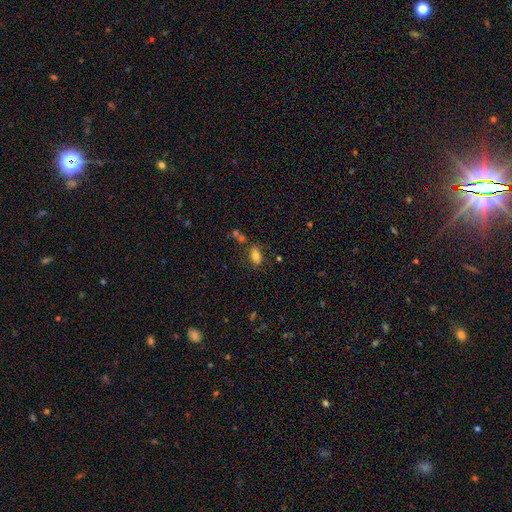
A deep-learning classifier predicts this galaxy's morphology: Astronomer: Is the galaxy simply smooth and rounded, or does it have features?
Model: smooth — 78%.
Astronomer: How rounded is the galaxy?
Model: in between — 88%.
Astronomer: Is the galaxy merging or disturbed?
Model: none — 72%.